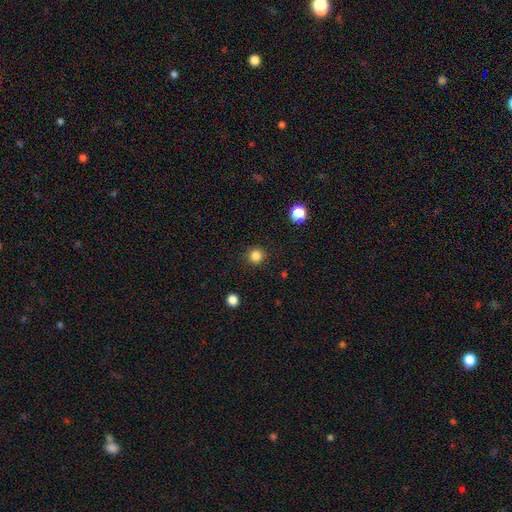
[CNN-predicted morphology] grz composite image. It shows a smooth galaxy with no disk features (84%) that is round (95%). Merging: none (92%).